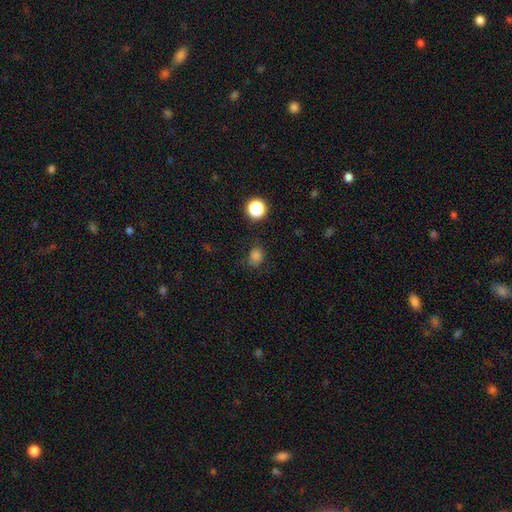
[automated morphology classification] This appears to be a smooth galaxy with no disk features (77%) that is round (61%). Merging: none (72%).